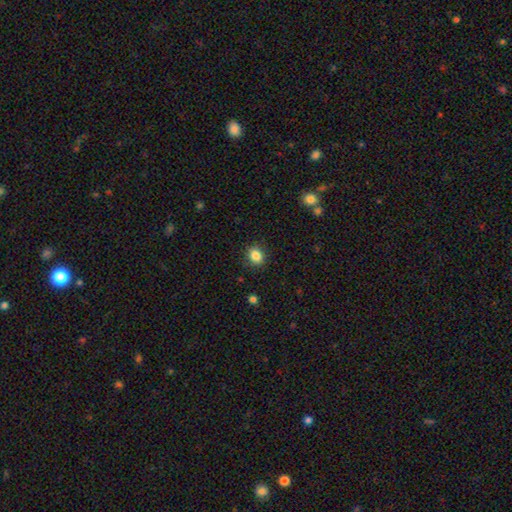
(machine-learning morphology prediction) Smooth or featured? Predicted: smooth (p=0.85). How rounded? Predicted: round (p=0.52). Merging? Predicted: none (p=0.86).